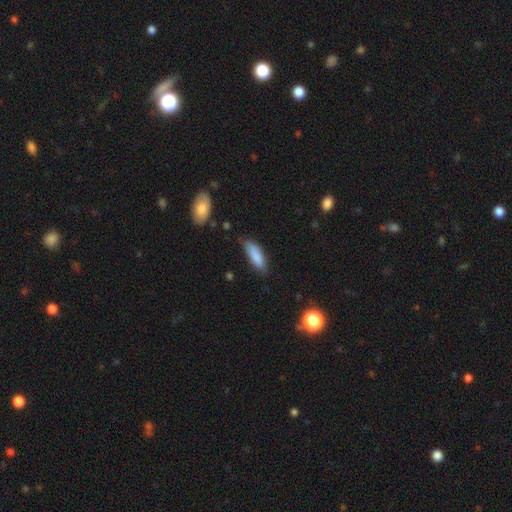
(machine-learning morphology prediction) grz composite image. It shows a smooth galaxy with no disk features (87%) that is in between round and cigar-shaped (55%). Merging: none (74%).